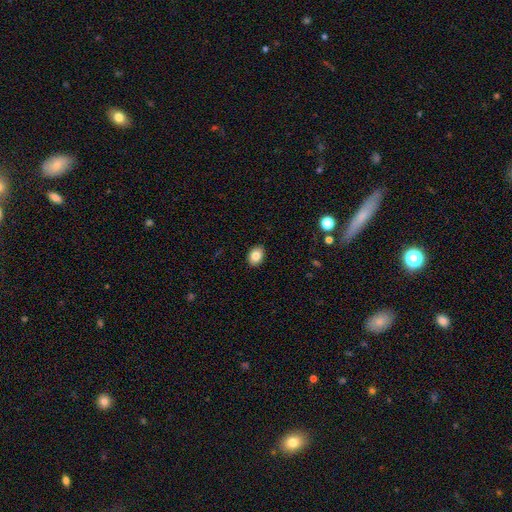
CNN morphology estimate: smooth_or_featured: smooth (p=0.84) [alt: star or artifact p=0.08]
how_rounded: in between (p=0.77) [alt: round p=0.22]
merging: none (p=0.89) [alt: minor disturbance p=0.08]